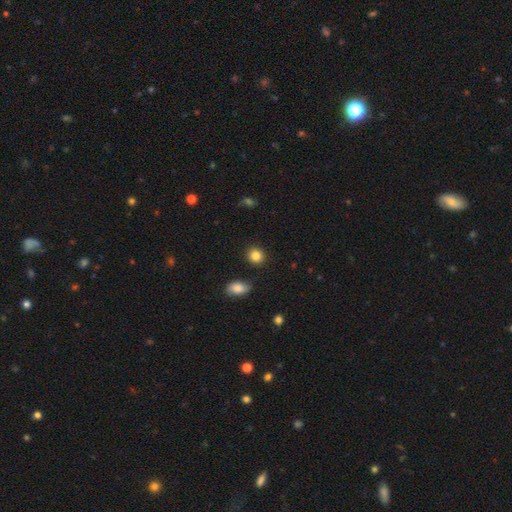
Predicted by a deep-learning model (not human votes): smooth 86%, star or artifact 10%, featured or disk 5%. Down the decision tree: how rounded — round (78%); merging — none (87%).